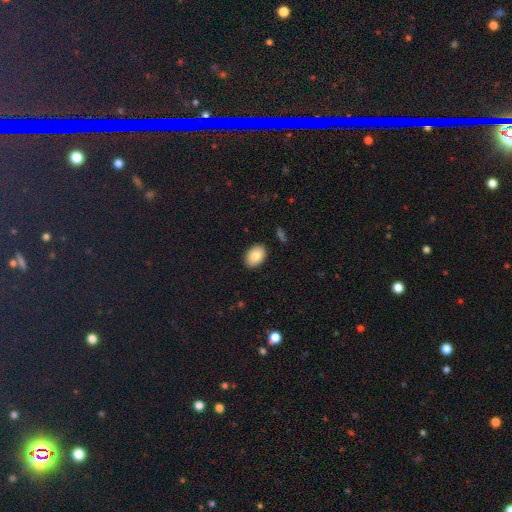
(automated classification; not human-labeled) A smooth galaxy with no disk features (84%) that is in between round and cigar-shaped (84%).

Vote fractions:
- Smooth or featured? smooth: 84% / featured or disk: 9% / star or artifact: 7%
- How rounded? in between: 84% / round: 15% / cigar-shaped: 1%
- Merging? none: 89% / minor disturbance: 8% / major disturbance: 2% / merger: 1%